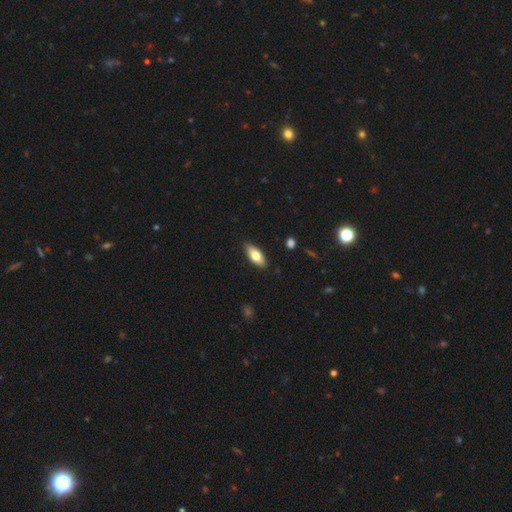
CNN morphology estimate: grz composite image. It shows a smooth galaxy with no disk features (72%) that is in between round and cigar-shaped (77%). Merging: none (87%).